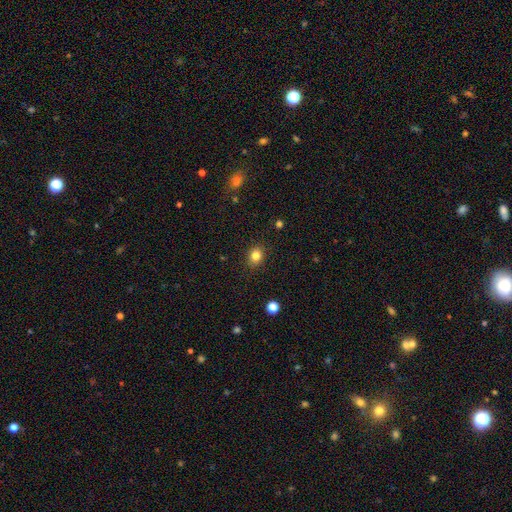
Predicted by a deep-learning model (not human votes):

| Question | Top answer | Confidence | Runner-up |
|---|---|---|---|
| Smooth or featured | smooth | 83% | star or artifact (12%) |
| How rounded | round | 60% | in between (39%) |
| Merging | none | 89% | minor disturbance (8%) |